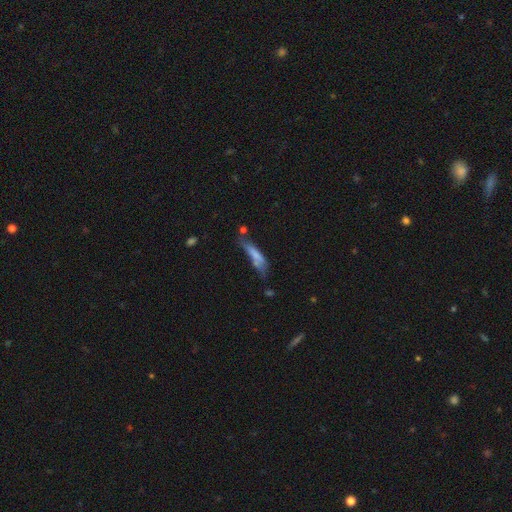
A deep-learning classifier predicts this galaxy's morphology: The model was most divided on "merging": none: 38%, minor disturbance: 29%, major disturbance: 19%, merger: 15%. More confident: how rounded — cigar-shaped (73%); smooth or featured — smooth (66%).